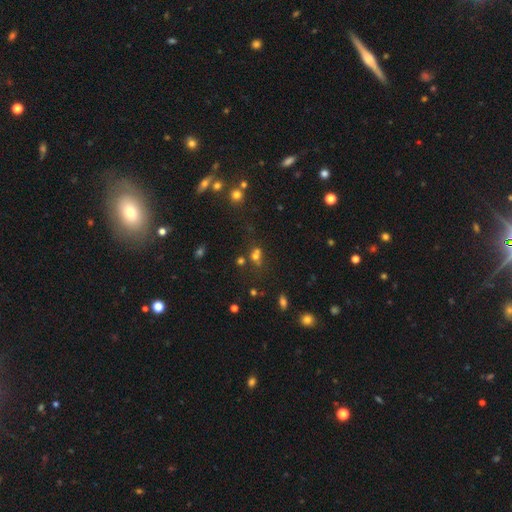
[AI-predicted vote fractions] A smooth galaxy with no disk features (59%) that is round (65%). Merging: merger (41%, tied with none).